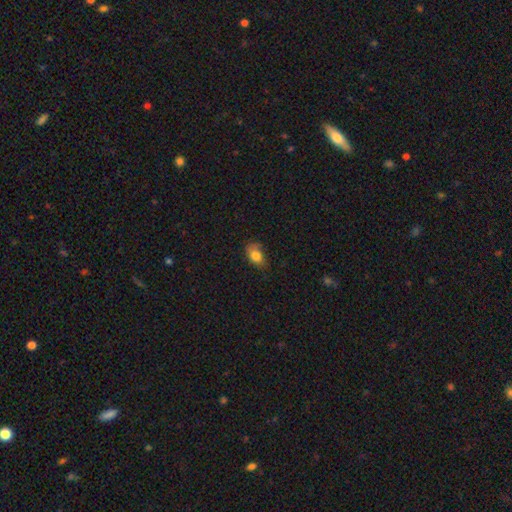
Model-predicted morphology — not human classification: smooth_or_featured: smooth (p=0.81) [alt: featured or disk p=0.10]
how_rounded: in between (p=0.81) [alt: round p=0.17]
merging: none (p=0.59) [alt: minor disturbance p=0.31]